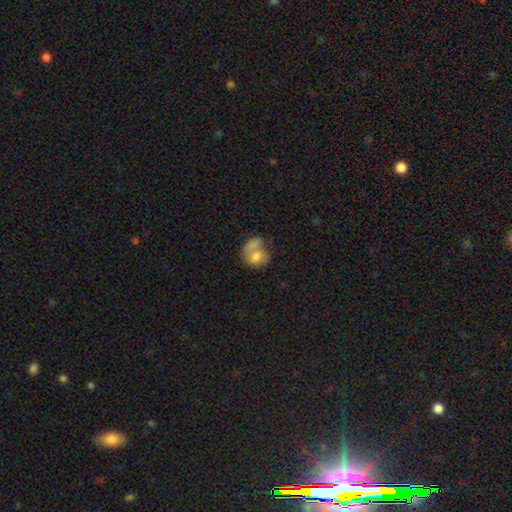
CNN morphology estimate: type=smooth (65%); roundness=round (52%); merging=merger (43%).